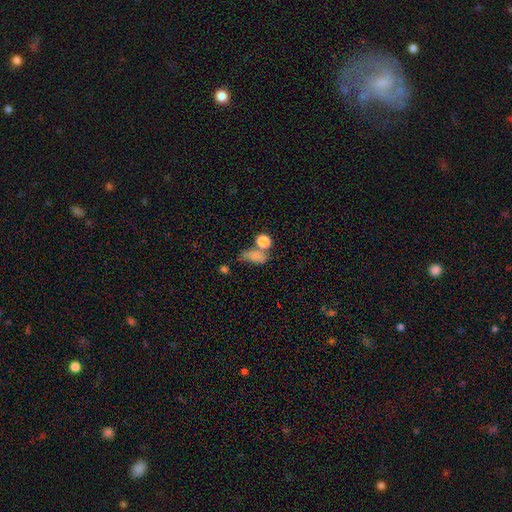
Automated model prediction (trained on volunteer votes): A smooth galaxy with no disk features (75%) that is in between round and cigar-shaped (69%). Merging: none (42%).